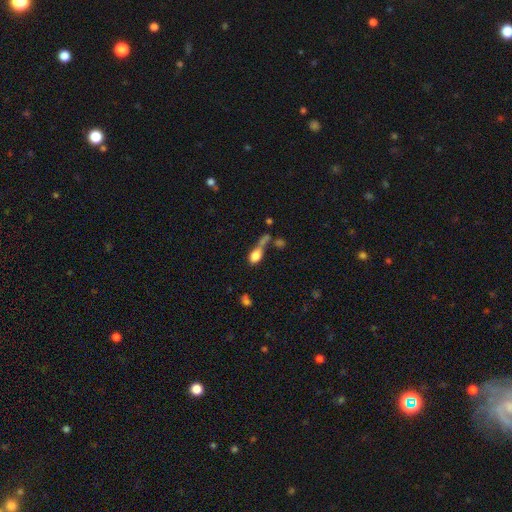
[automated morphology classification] Smooth or featured: smooth — 69% (featured or disk — 20%)
How rounded: in between — 64% (round — 25%)
Merging: merger — 35% (major disturbance — 27%)